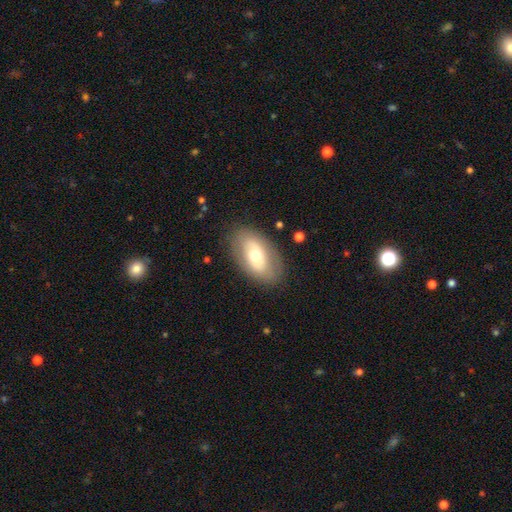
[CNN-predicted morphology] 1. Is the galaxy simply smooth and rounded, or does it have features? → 56% smooth, 37% featured or disk, 7% star or artifact.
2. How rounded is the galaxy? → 92% in between, 6% round, 2% cigar-shaped.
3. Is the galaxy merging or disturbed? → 82% none, 12% minor disturbance, 4% major disturbance, 1% merger.